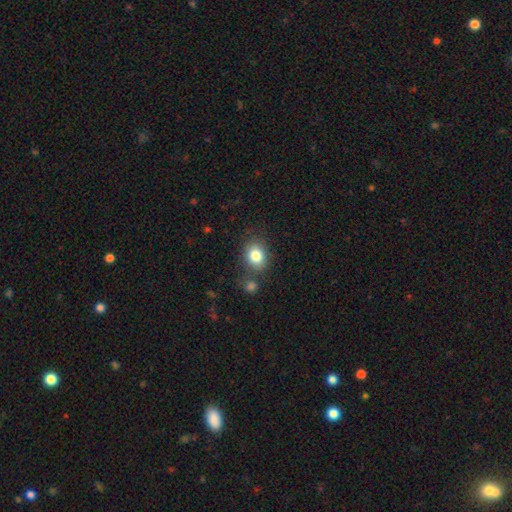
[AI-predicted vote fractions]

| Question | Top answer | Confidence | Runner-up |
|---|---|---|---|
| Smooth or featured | smooth | 81% | star or artifact (10%) |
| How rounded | round | 50% | in between (49%) |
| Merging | none | 74% | minor disturbance (12%) |